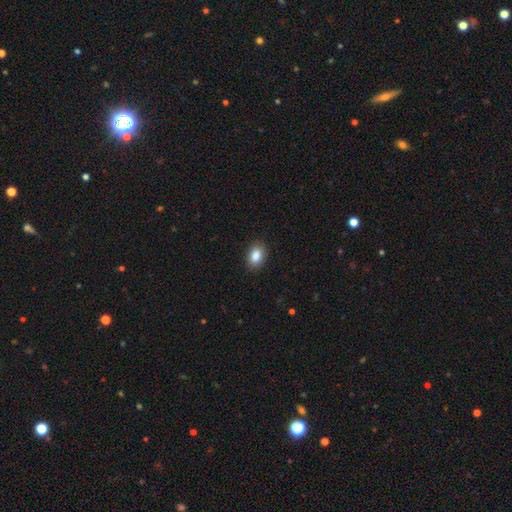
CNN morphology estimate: This is clearly a smooth galaxy (87%). How rounded: clearly in between (83%). Merging: clearly none (89%).